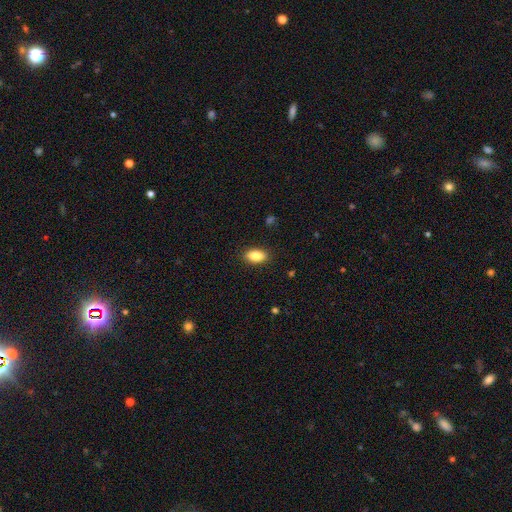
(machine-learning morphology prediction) Smooth or featured? smooth (87%)
How rounded? in between (91%)
Merging? none (89%)